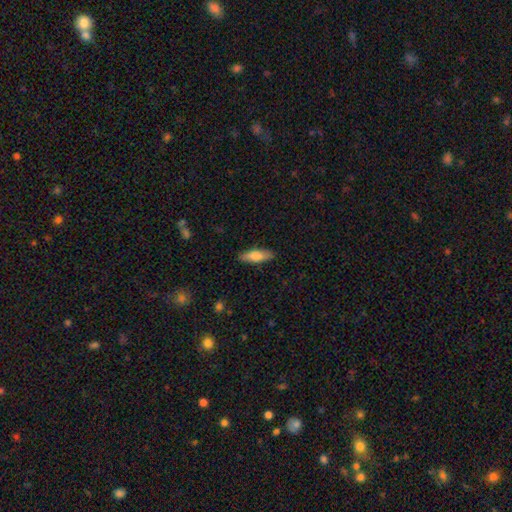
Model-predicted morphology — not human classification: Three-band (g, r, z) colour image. It shows a smooth galaxy with no disk features (74%) that is cigar-shaped (52%). Merging: none (88%).